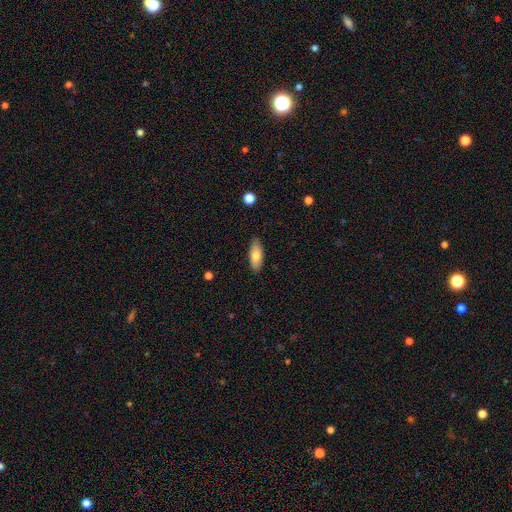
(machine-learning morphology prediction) Smooth or featured? smooth (78%)
How rounded? in between (77%)
Merging? none (86%)